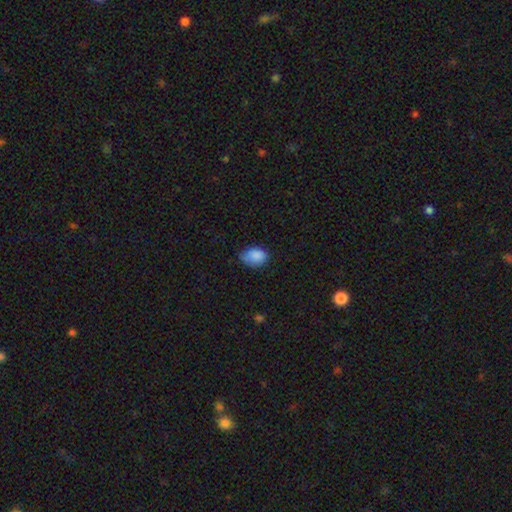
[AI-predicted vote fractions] smooth_or_featured: smooth (p=0.87) [alt: star or artifact p=0.08]
how_rounded: in between (p=0.82) [alt: round p=0.17]
merging: none (p=0.58) [alt: minor disturbance p=0.34]